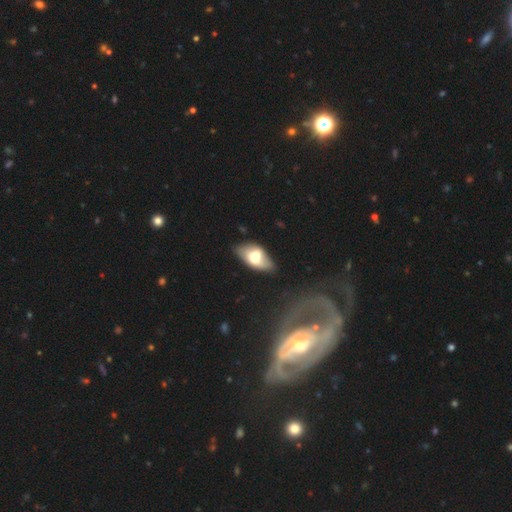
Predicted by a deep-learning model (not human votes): This appears to be a smooth galaxy with no disk features (55%) that is in between round and cigar-shaped (92%). Merging: none (55%).